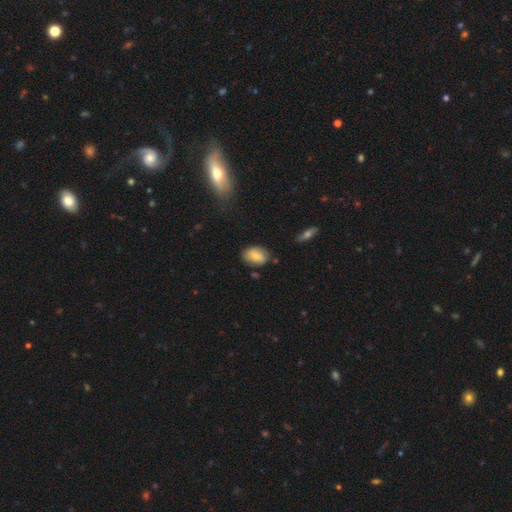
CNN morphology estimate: The model was most divided on "smooth or featured": smooth: 74%, featured or disk: 19%, star or artifact: 8%. More confident: how rounded — in between (85%); merging — none (74%).